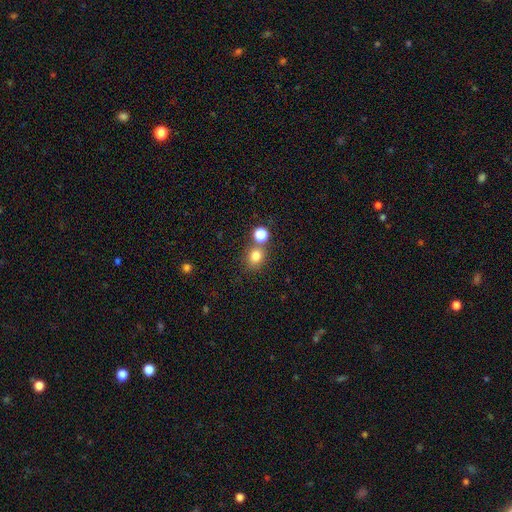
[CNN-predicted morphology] type=smooth (80%); roundness=round (77%); merging=none (66%).